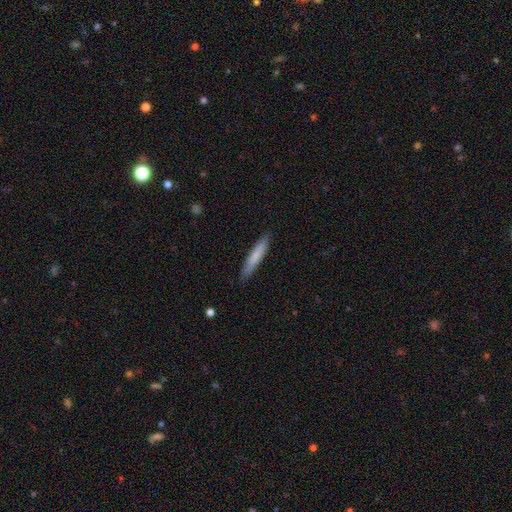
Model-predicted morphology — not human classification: This is likely a smooth galaxy (75%). How rounded: clearly cigar-shaped (93%). Merging: clearly none (89%).